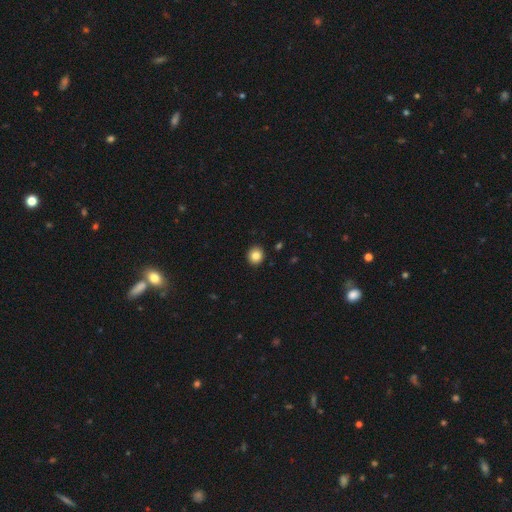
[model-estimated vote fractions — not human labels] Smooth or featured? smooth (84%)
How rounded? round (85%)
Merging? none (92%)